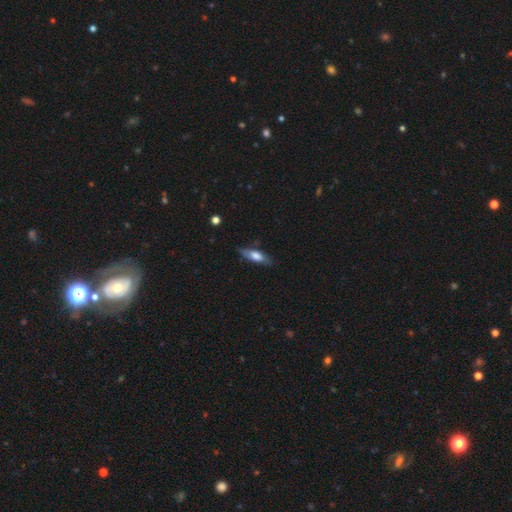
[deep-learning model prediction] Morphology: type=smooth (57%); roundness=cigar-shaped (50%); merging=none (77%).